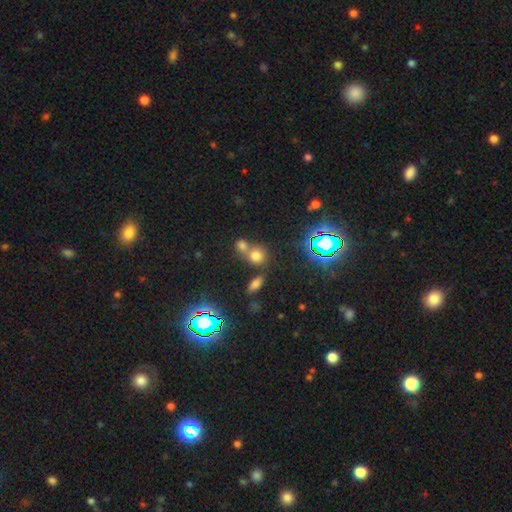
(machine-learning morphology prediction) A smooth galaxy with no disk features (65%) that is round (79%).

Vote fractions:
- Smooth or featured? smooth: 65% / star or artifact: 25% / featured or disk: 9%
- How rounded? round: 79% / in between: 19% / cigar-shaped: 2%
- Merging? merger: 46% / none: 44% / minor disturbance: 7% / major disturbance: 3%